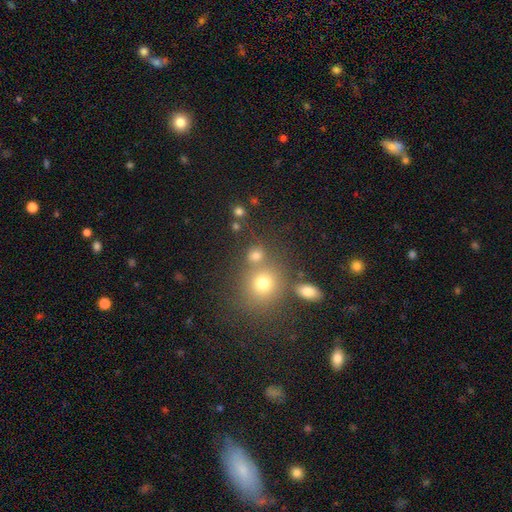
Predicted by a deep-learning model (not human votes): A smooth galaxy with no disk features (74%) that is round (77%).

Vote fractions:
- Smooth or featured? smooth: 74% / star or artifact: 17% / featured or disk: 8%
- How rounded? round: 77% / in between: 21% / cigar-shaped: 1%
- Merging? none: 62% / merger: 24% / minor disturbance: 10% / major disturbance: 5%